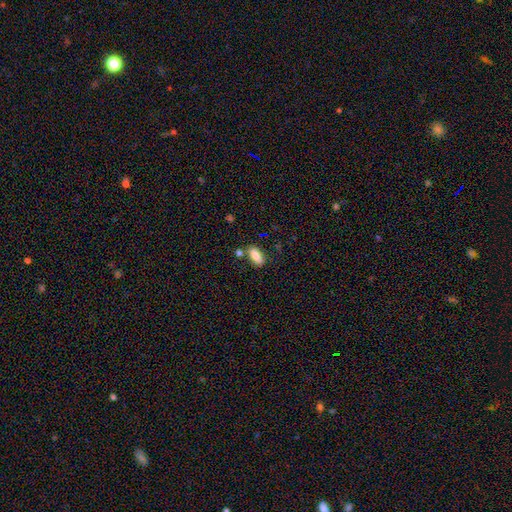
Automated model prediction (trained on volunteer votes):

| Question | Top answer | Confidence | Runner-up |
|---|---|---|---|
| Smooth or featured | smooth | 83% | featured or disk (9%) |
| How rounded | in between | 80% | cigar-shaped (17%) |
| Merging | none | 74% | minor disturbance (13%) |